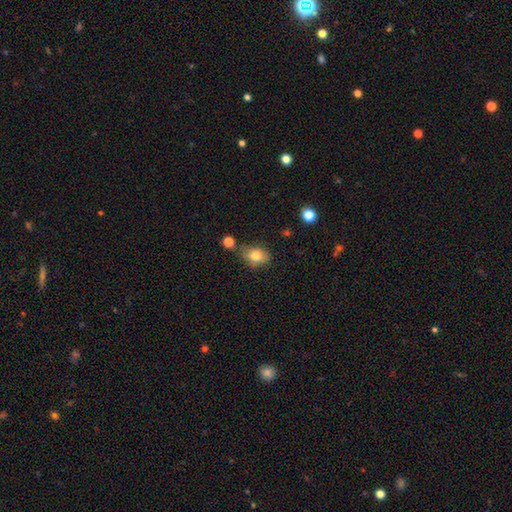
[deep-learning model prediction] smooth-or-featured: smooth: 80% | featured or disk: 10% | star or artifact: 10%
  how-rounded: in between: 64% | round: 34% | cigar-shaped: 1%
  merging: none: 61% | minor disturbance: 23% | merger: 10% | major disturbance: 6%